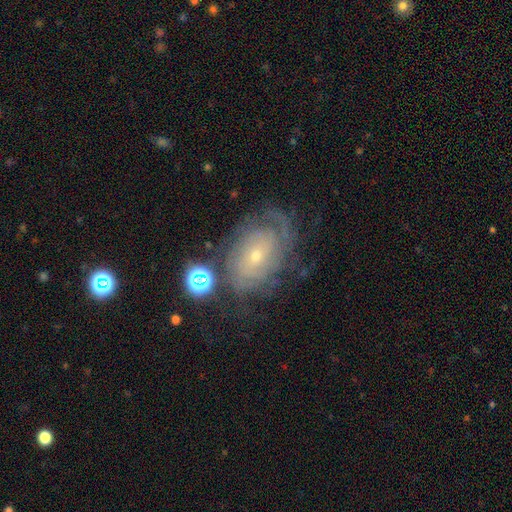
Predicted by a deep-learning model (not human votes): Smooth or featured: featured or disk — 78% (smooth — 13%)
Edge-on disk: no — 96% (yes — 4%)
Bar: no — 75% (weak — 20%)
Spiral arms: yes — 89% (no — 11%)
Spiral winding: tight — 70% (medium — 22%)
Spiral arm count: can't tell — 52% (2 — 19%)
Bulge size: small — 74% (moderate — 23%)
Merging: none — 61% (minor disturbance — 20%)